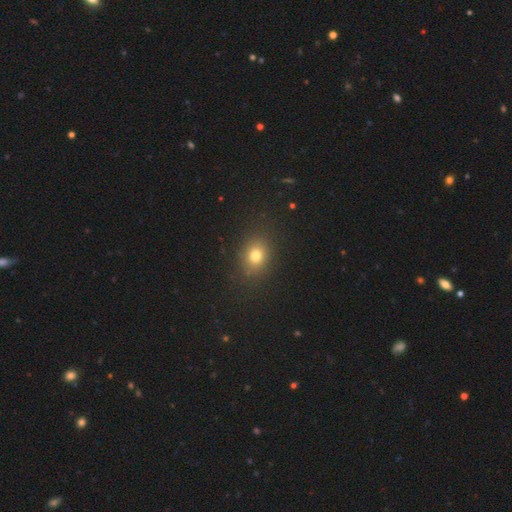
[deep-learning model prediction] Smooth or featured?
  - smooth: 76% *
  - star or artifact: 16%
  - featured or disk: 8%
How rounded?
  - round: 57% *
  - in between: 42%
  - cigar-shaped: 1%
Merging?
  - none: 86% *
  - minor disturbance: 9%
  - major disturbance: 4%
  - merger: 1%